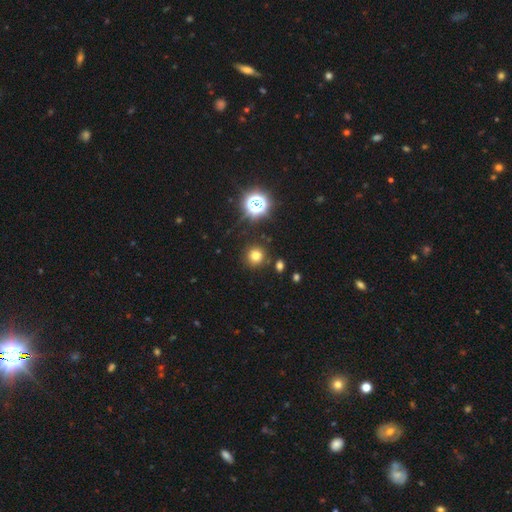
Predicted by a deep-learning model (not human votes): The model was most divided on "smooth or featured": smooth: 72%, star or artifact: 21%, featured or disk: 7%. More confident: how rounded — round (93%); merging — none (88%).